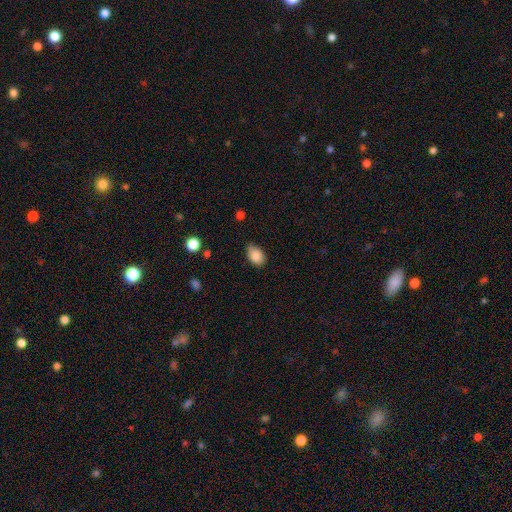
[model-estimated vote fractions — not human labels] Smooth or featured?
  - smooth: 87% *
  - star or artifact: 8%
  - featured or disk: 5%
How rounded?
  - in between: 83% *
  - round: 16%
  - cigar-shaped: 1%
Merging?
  - none: 71% *
  - minor disturbance: 24%
  - major disturbance: 3%
  - merger: 1%